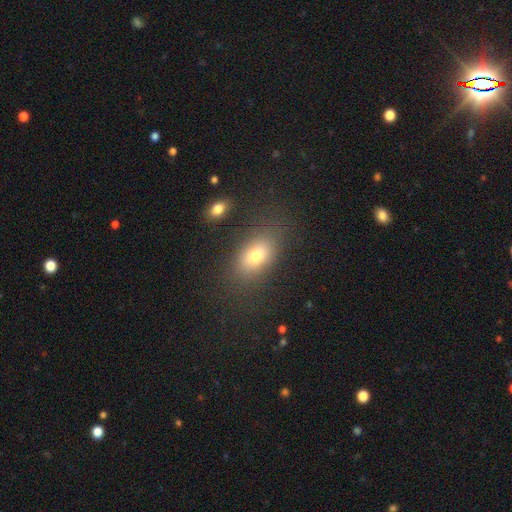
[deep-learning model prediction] Morphology: type=smooth (74%); roundness=in between (82%); merging=none (77%).